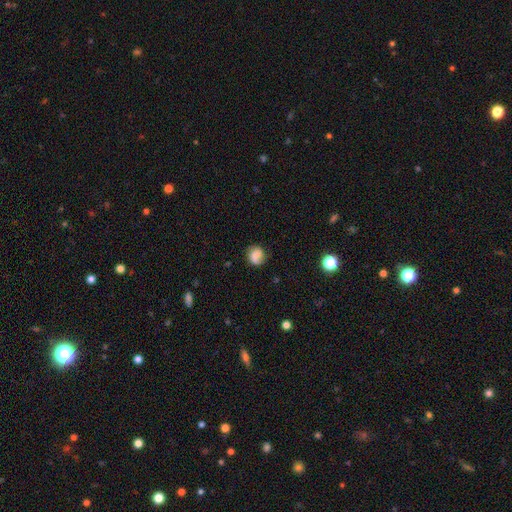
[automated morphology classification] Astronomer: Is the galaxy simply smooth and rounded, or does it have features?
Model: smooth — 61%.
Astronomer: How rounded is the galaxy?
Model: round — 77%.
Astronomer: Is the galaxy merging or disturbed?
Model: none — 69%.